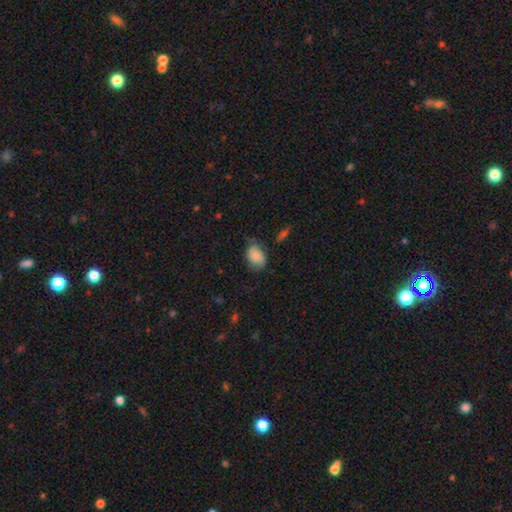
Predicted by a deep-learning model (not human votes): This is likely a smooth galaxy (76%). How rounded: likely in between (79%). Merging: possibly none (51%).